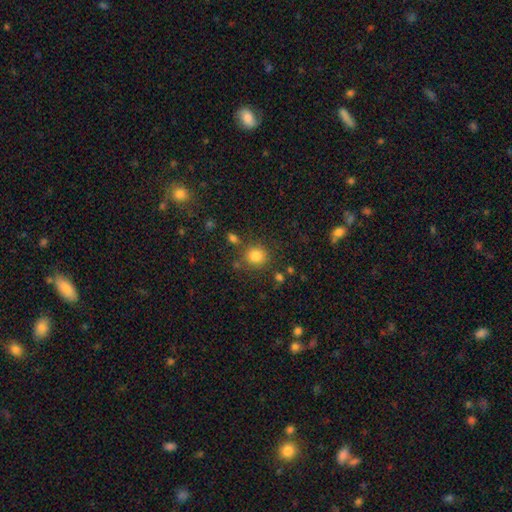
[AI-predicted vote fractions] Smooth or featured? smooth (82%)
How rounded? round (85%)
Merging? none (79%)